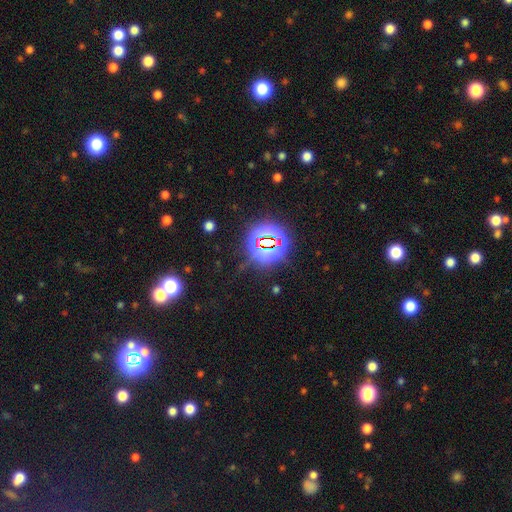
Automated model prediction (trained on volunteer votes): Smooth or featured? star or artifact (81%)